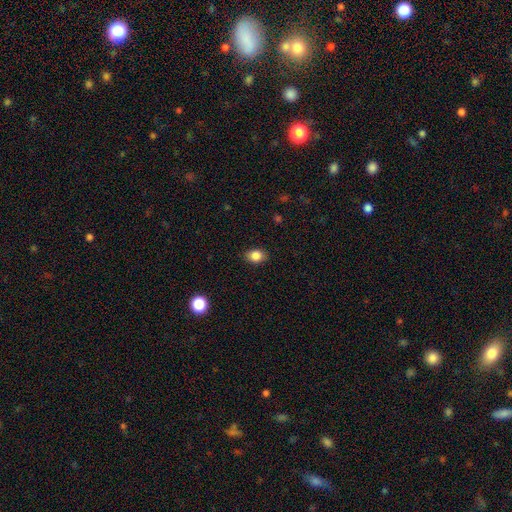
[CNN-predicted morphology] This is clearly a smooth galaxy (85%). How rounded: likely in between (67%). Merging: clearly none (86%).